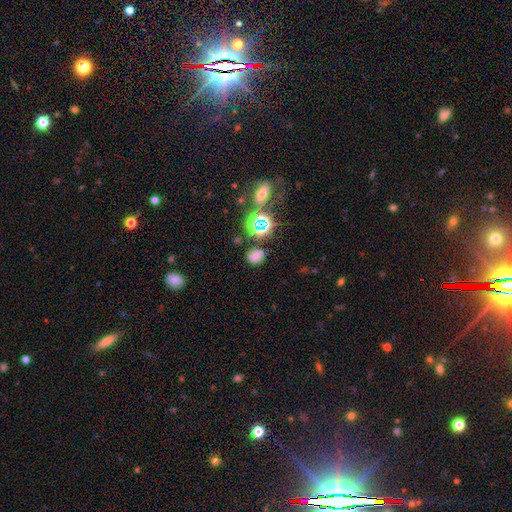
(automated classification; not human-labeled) smooth-or-featured: smooth: 63% | star or artifact: 27% | featured or disk: 10%
  how-rounded: in between: 51% | round: 47% | cigar-shaped: 1%
  merging: none: 69% | minor disturbance: 17% | merger: 7% | major disturbance: 7%